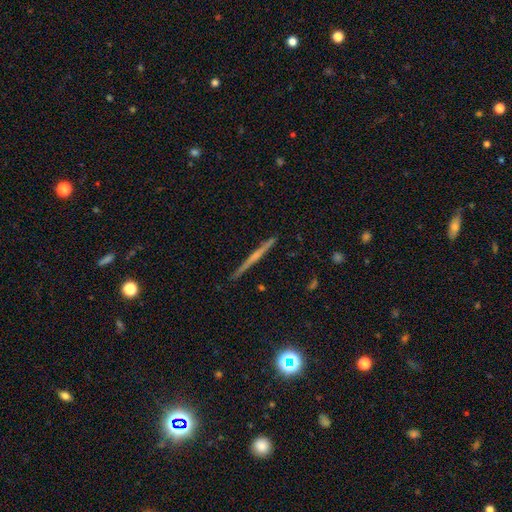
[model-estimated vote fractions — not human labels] Q: Smooth or featured?
A: featured or disk (63%); runner-up: smooth (28%)
Q: Edge-on disk?
A: yes (98%); runner-up: no (2%)
Q: Edge-on bulge?
A: none (59%); runner-up: rounded (32%)
Q: Merging?
A: none (91%); runner-up: minor disturbance (6%)